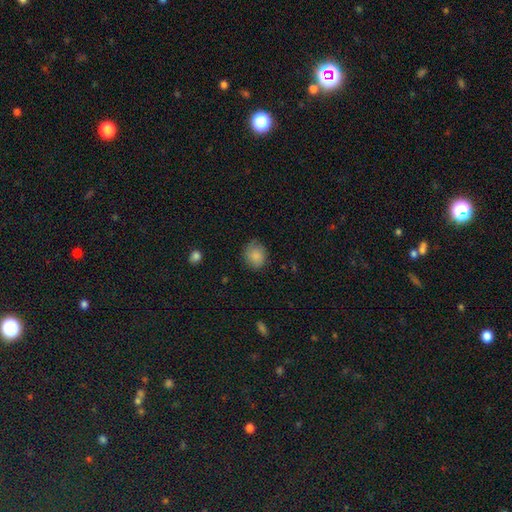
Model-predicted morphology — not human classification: Smooth or featured? Predicted: smooth (p=0.85). How rounded? Predicted: round (p=0.76). Merging? Predicted: none (p=0.74).